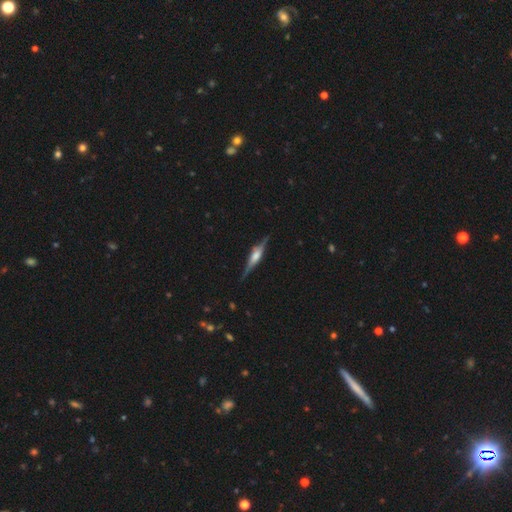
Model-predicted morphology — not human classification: Q: Smooth or featured?
A: featured or disk (77%); runner-up: smooth (16%)
Q: Edge-on disk?
A: yes (97%); runner-up: no (3%)
Q: Edge-on bulge?
A: rounded (66%); runner-up: boxy (29%)
Q: Merging?
A: none (84%); runner-up: minor disturbance (12%)